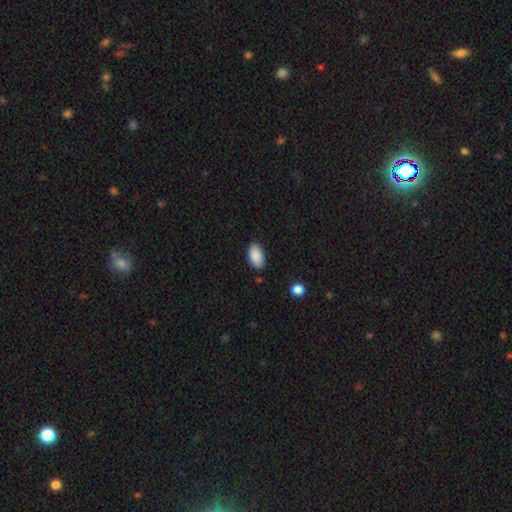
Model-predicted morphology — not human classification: smooth-or-featured: smooth: 89% | star or artifact: 7% | featured or disk: 4%
  how-rounded: in between: 94% | round: 4% | cigar-shaped: 2%
  merging: none: 85% | minor disturbance: 11% | major disturbance: 2% | merger: 1%